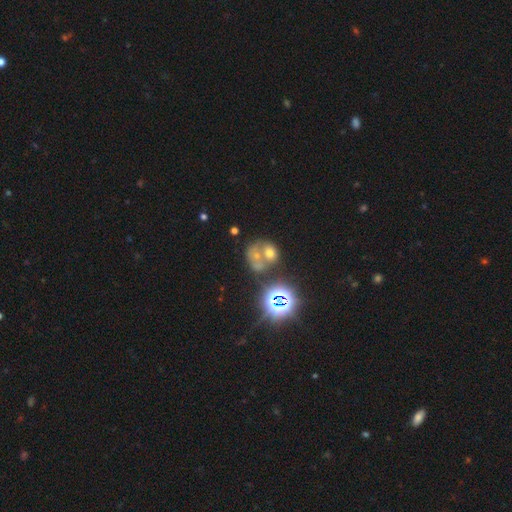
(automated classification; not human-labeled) A star or artifact, not a galaxy (41%).

Vote fractions:
- Smooth or featured? star or artifact: 41% / smooth: 33% / featured or disk: 26%